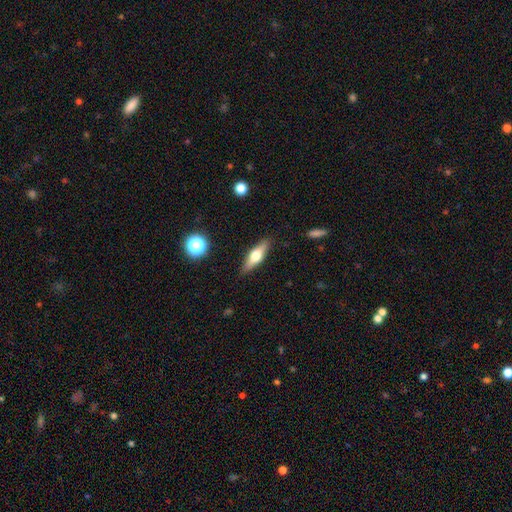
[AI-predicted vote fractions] Smooth or featured: featured or disk — 54% (smooth — 39%)
Edge-on disk: yes — 93% (no — 7%)
Merging: none — 88% (minor disturbance — 9%)